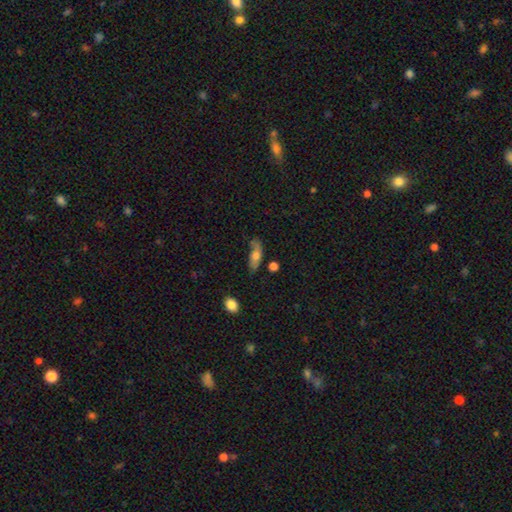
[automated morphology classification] The model was most divided on "merging": none: 55%, minor disturbance: 29%, major disturbance: 11%, merger: 5%. More confident: how rounded — in between (68%); smooth or featured — smooth (61%).